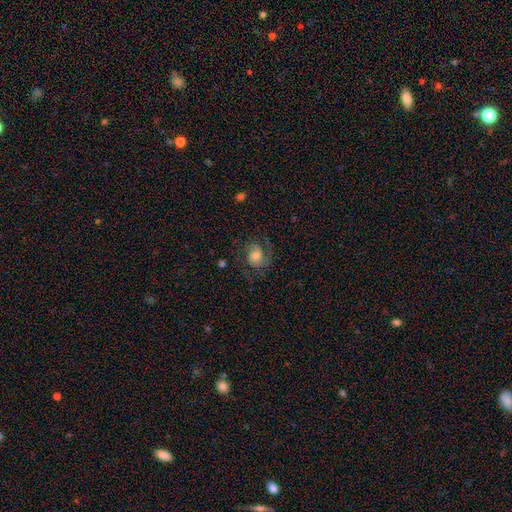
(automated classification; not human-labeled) Smooth or featured? featured or disk (75%)
Edge-on disk? no (98%)
Bar? no (59%)
Spiral arms? yes (95%)
Spiral winding? medium (52%)
Spiral arm count? 2 (81%)
Bulge size? moderate (57%)
Merging? none (71%)